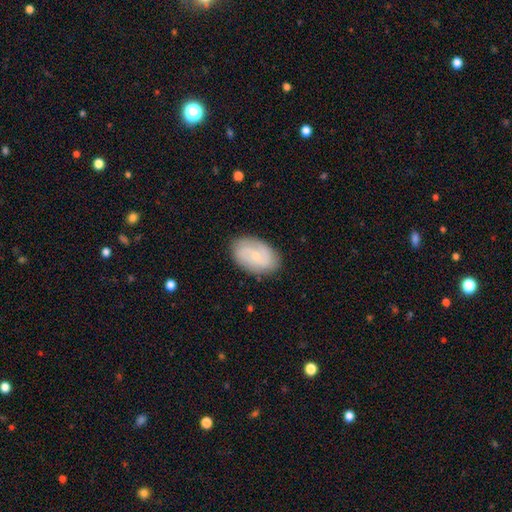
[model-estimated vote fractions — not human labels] The model was most divided on "smooth or featured": featured or disk: 59%, smooth: 34%, star or artifact: 7%. More confident: edge-on disk — no (96%); spiral arms — yes (88%); merging — none (83%); bulge size — small (75%); bar — no (61%).